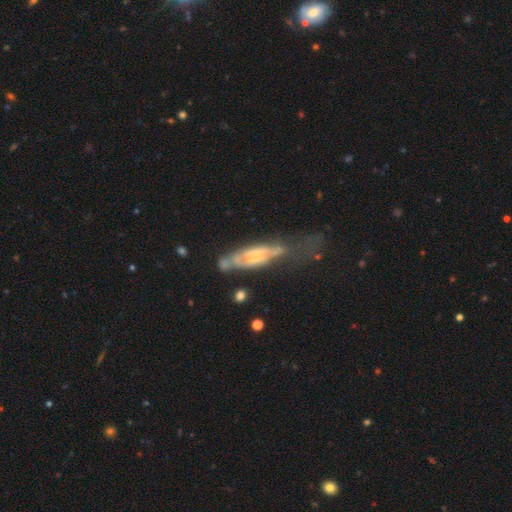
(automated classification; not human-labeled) This is possibly a featured or disk galaxy (60%). It is likely not viewed edge-on (61%). Merging: marginally major disturbance (36%).